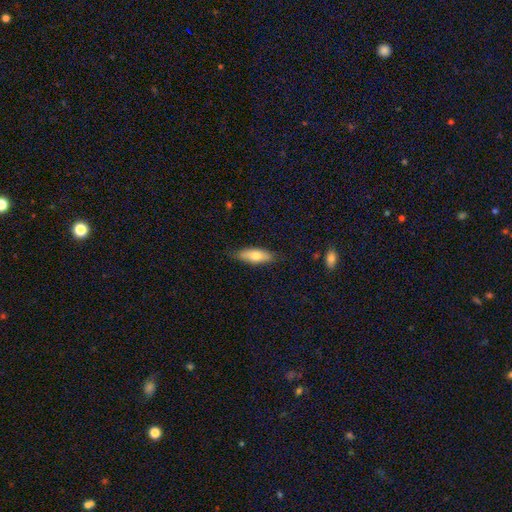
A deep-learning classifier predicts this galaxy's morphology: Smooth or featured: smooth — 70% (featured or disk — 24%)
How rounded: in between — 65% (cigar-shaped — 33%)
Merging: none — 82% (minor disturbance — 14%)